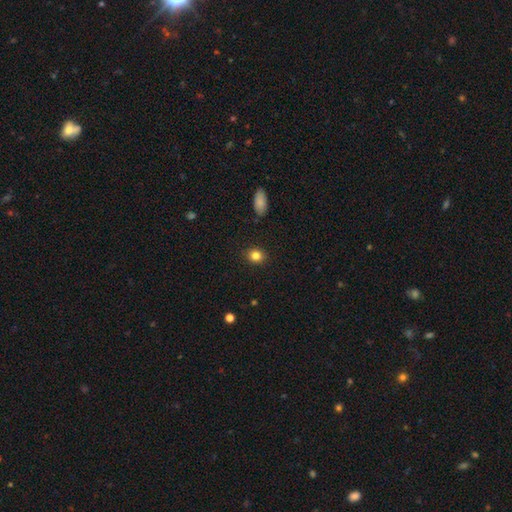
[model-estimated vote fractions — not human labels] Smooth or featured?
  - smooth: 83% *
  - star or artifact: 11%
  - featured or disk: 6%
How rounded?
  - round: 69% *
  - in between: 30%
  - cigar-shaped: 1%
Merging?
  - none: 89% *
  - minor disturbance: 7%
  - major disturbance: 2%
  - merger: 1%